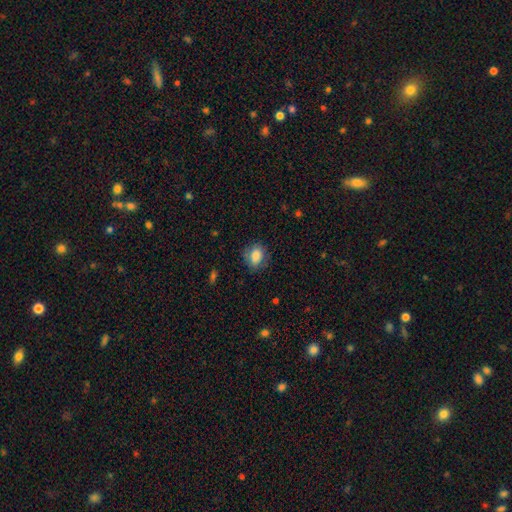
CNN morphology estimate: A smooth galaxy with no disk features (82%) that is in between round and cigar-shaped (63%). Merging: none (76%).